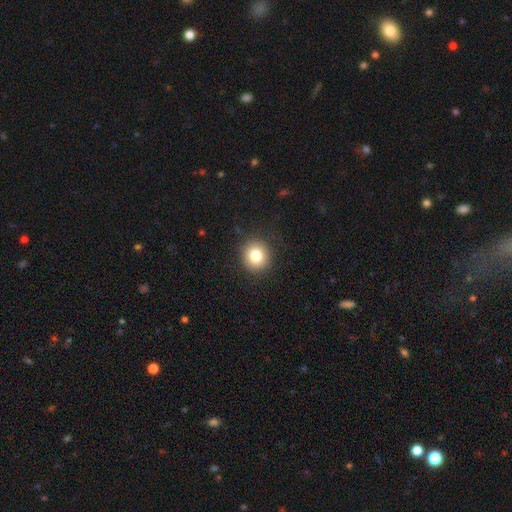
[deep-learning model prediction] smooth-or-featured: smooth: 81% | star or artifact: 11% | featured or disk: 8%
  how-rounded: round: 88% | in between: 11% | cigar-shaped: 1%
  merging: none: 89% | minor disturbance: 7% | major disturbance: 3% | merger: 1%